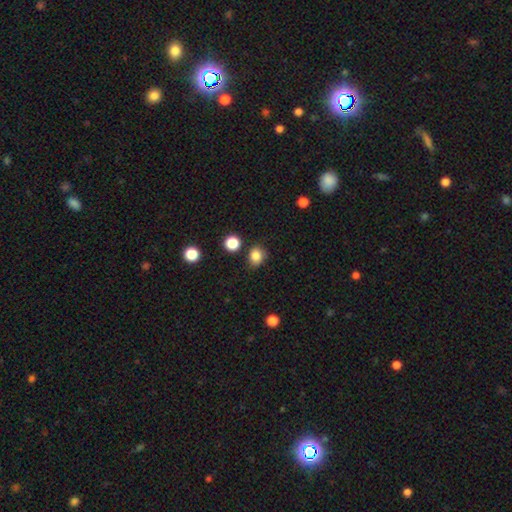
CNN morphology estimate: smooth 83%, star or artifact 12%, featured or disk 5%. Down the decision tree: how rounded — round (68%); merging — none (78%).